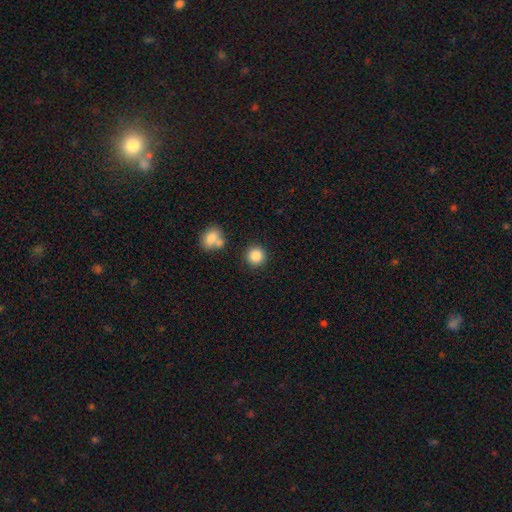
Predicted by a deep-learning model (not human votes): A smooth galaxy with no disk features (86%) that is round (93%).

Vote fractions:
- Smooth or featured? smooth: 86% / star or artifact: 10% / featured or disk: 5%
- How rounded? round: 93% / in between: 6% / cigar-shaped: 1%
- Merging? none: 84% / minor disturbance: 8% / merger: 6% / major disturbance: 3%